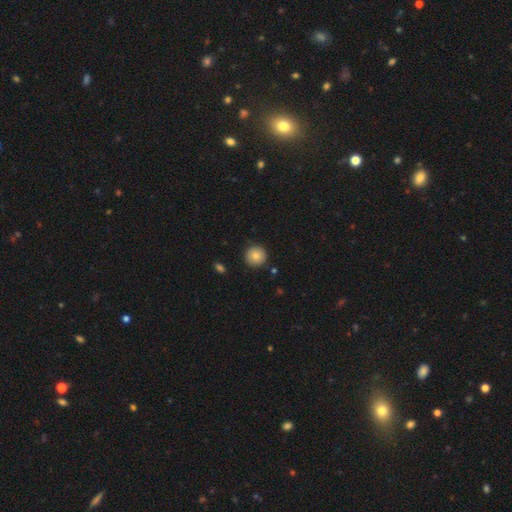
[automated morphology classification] This appears to be a smooth galaxy with no disk features (81%) that is round (95%). Merging: none (89%).